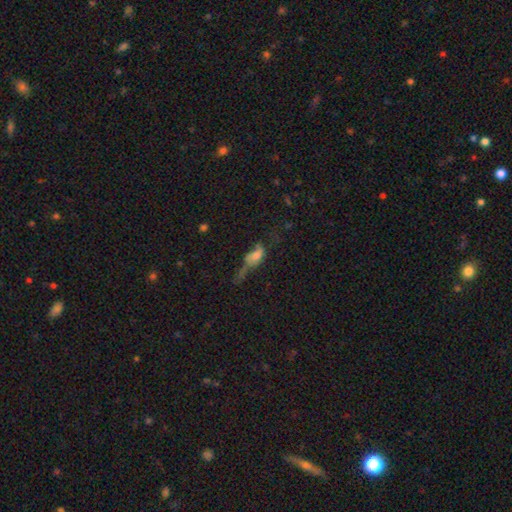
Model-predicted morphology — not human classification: Q: Smooth or featured?
A: smooth (52%); runner-up: featured or disk (31%)
Q: How rounded?
A: in between (75%); runner-up: cigar-shaped (14%)
Q: Merging?
A: major disturbance (48%); runner-up: none (20%)